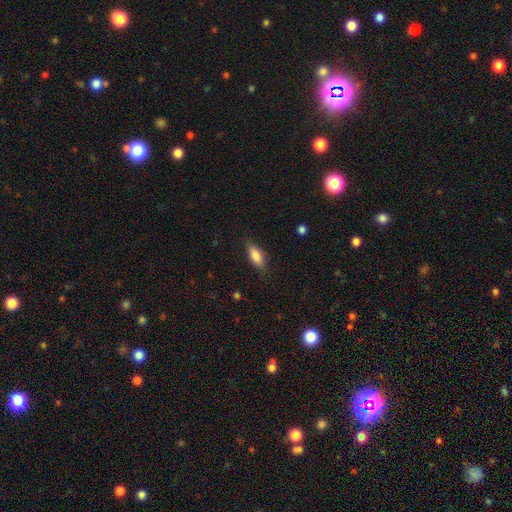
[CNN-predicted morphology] A smooth galaxy with no disk features (76%) that is in between round and cigar-shaped (71%).

Vote fractions:
- Smooth or featured? smooth: 76% / featured or disk: 17% / star or artifact: 7%
- How rounded? in between: 71% / cigar-shaped: 26% / round: 3%
- Merging? none: 81% / minor disturbance: 15% / major disturbance: 3% / merger: 1%